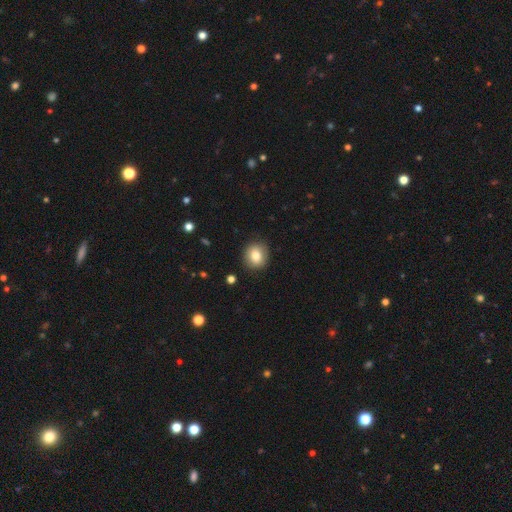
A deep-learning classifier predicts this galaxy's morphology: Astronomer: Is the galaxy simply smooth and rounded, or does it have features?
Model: smooth — 79%.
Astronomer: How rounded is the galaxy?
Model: round — 80%.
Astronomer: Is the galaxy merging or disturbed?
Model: none — 88%.